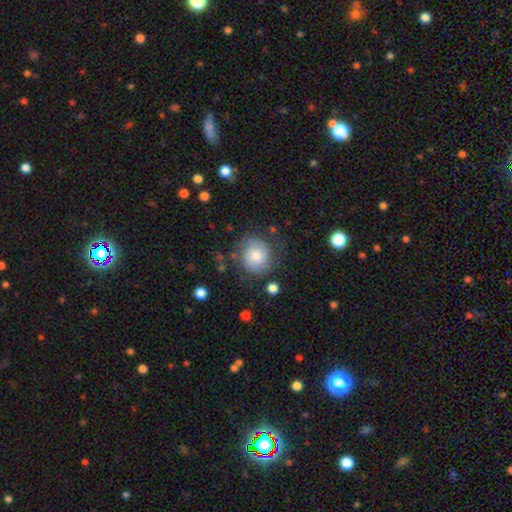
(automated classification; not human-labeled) Smooth or featured: smooth — 62% (featured or disk — 29%)
How rounded: round — 88% (in between — 11%)
Merging: none — 68% (minor disturbance — 19%)